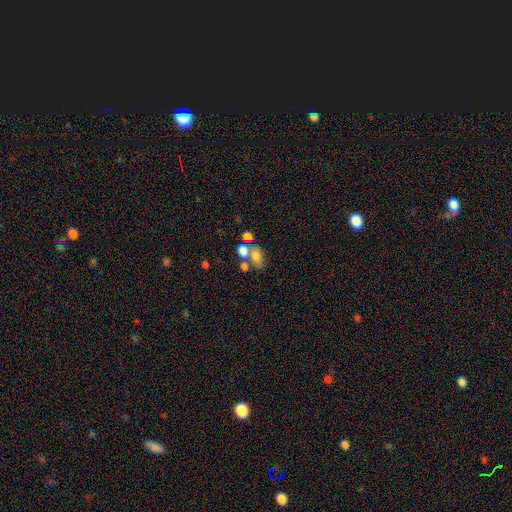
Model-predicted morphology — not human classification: A smooth galaxy with no disk features (70%) that is in between round and cigar-shaped (80%). Merging: merger (42%).